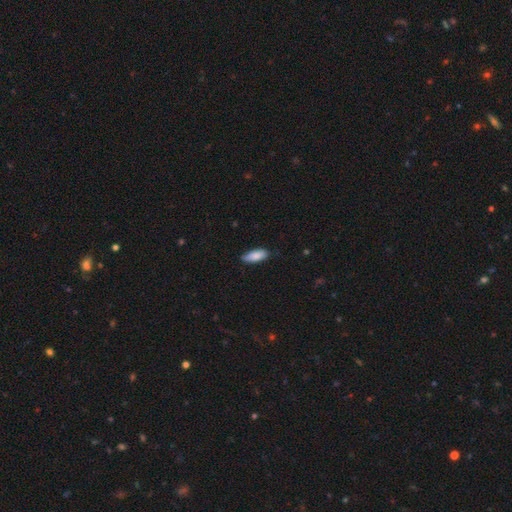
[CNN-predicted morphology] This is clearly a smooth galaxy (87%). How rounded: likely in between (79%). Merging: likely none (76%).